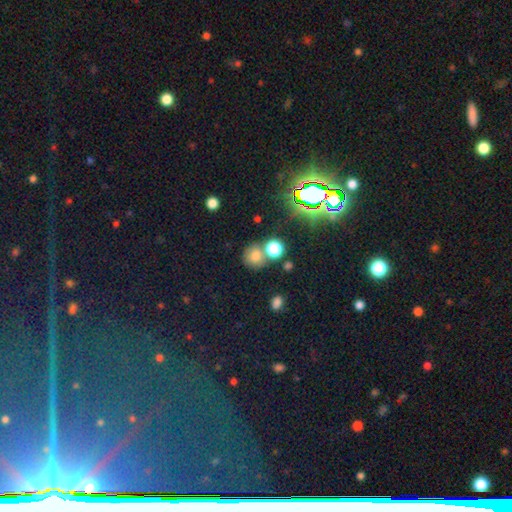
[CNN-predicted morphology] This appears to be a smooth galaxy with no disk features (70%) that is round (83%). Merging: none (59%).